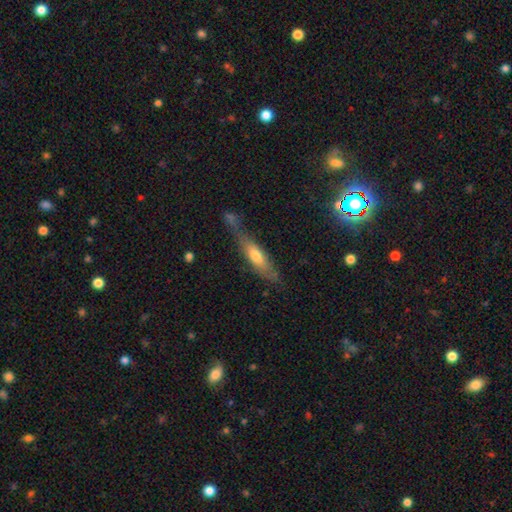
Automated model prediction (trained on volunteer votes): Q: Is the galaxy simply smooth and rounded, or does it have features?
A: smooth — 53%.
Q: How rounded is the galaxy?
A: cigar-shaped — 68%.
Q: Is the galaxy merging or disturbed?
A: none — 52%.